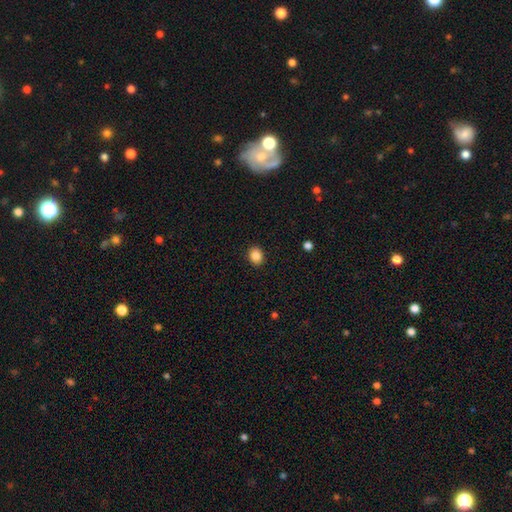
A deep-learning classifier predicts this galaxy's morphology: Smooth or featured?
  - smooth: 86% *
  - star or artifact: 10%
  - featured or disk: 4%
How rounded?
  - round: 60% *
  - in between: 40%
  - cigar-shaped: 1%
Merging?
  - none: 91% *
  - minor disturbance: 6%
  - major disturbance: 2%
  - merger: 1%